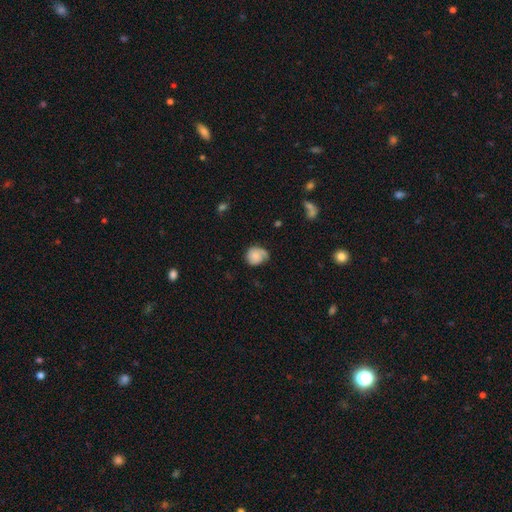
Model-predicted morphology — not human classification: This appears to be a smooth galaxy with no disk features (55%) that is round (70%). Merging: none (52%).